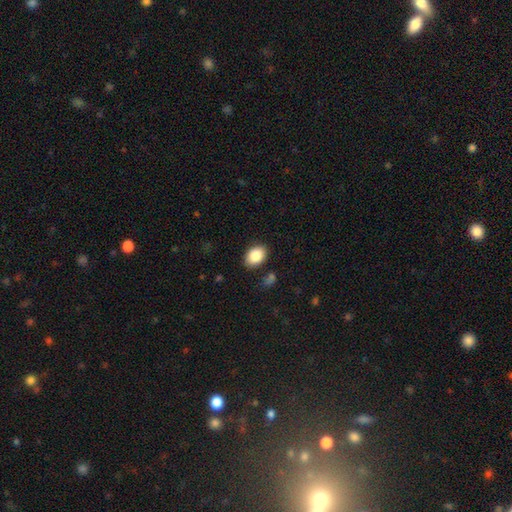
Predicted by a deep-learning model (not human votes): smooth 86%, star or artifact 7%, featured or disk 6%. Down the decision tree: how rounded — in between (81%); merging — none (85%).